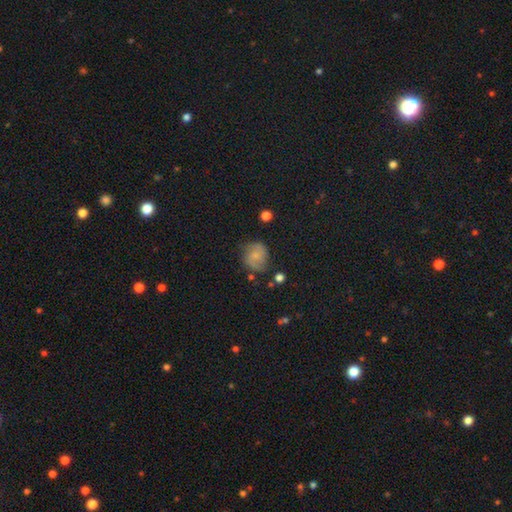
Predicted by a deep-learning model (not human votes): This appears to be a featured or disk galaxy (46%). Merging: none (68%).